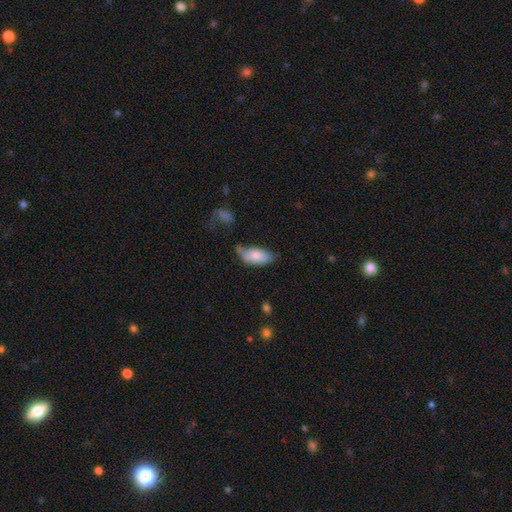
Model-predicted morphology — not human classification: Smooth or featured?
  - smooth: 78% *
  - featured or disk: 15%
  - star or artifact: 6%
How rounded?
  - in between: 89% *
  - cigar-shaped: 9%
  - round: 2%
Merging?
  - none: 43% *
  - minor disturbance: 35%
  - major disturbance: 14%
  - merger: 8%